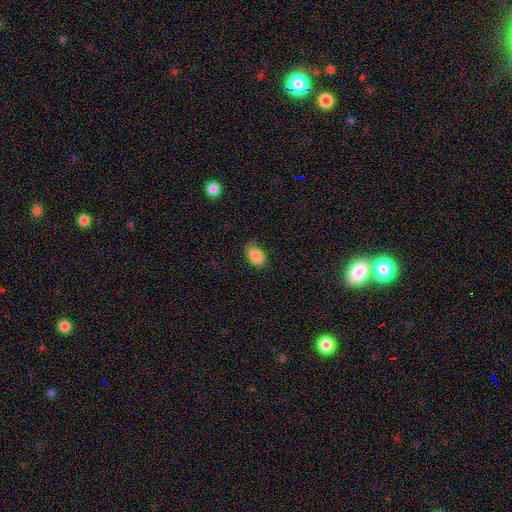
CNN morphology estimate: Q: Smooth or featured?
A: smooth (87%); runner-up: star or artifact (8%)
Q: How rounded?
A: in between (84%); runner-up: round (15%)
Q: Merging?
A: none (76%); runner-up: minor disturbance (20%)